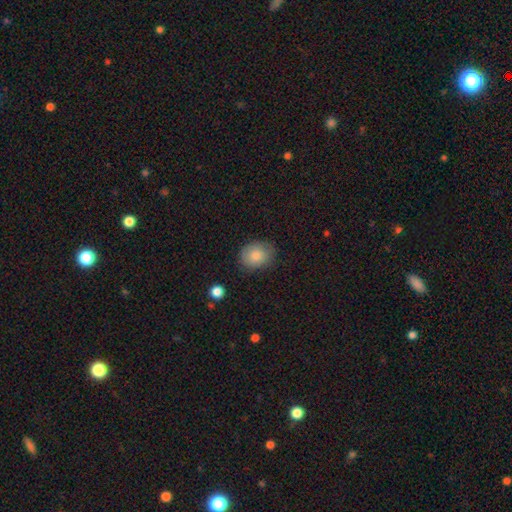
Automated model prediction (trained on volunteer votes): Morphology: type=smooth (82%); roundness=in between (51%); merging=none (74%).